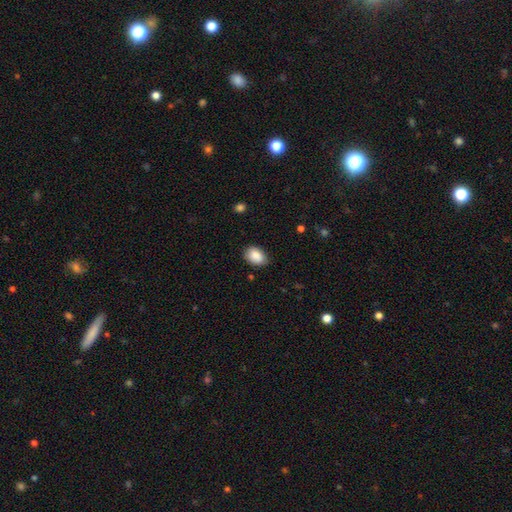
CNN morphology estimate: A smooth galaxy with no disk features (88%) that is in between round and cigar-shaped (81%).

Vote fractions:
- Smooth or featured? smooth: 88% / star or artifact: 7% / featured or disk: 5%
- How rounded? in between: 81% / round: 18% / cigar-shaped: 1%
- Merging? none: 80% / minor disturbance: 16% / major disturbance: 3% / merger: 1%